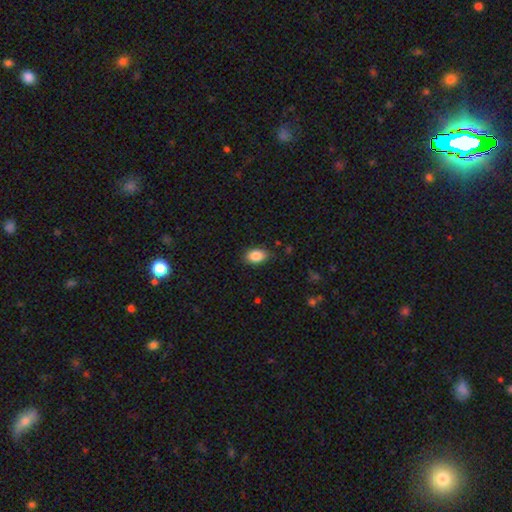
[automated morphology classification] The model was most divided on "merging": none: 83%, minor disturbance: 13%, major disturbance: 3%, merger: 1%. More confident: smooth or featured — smooth (87%); how rounded — in between (86%).